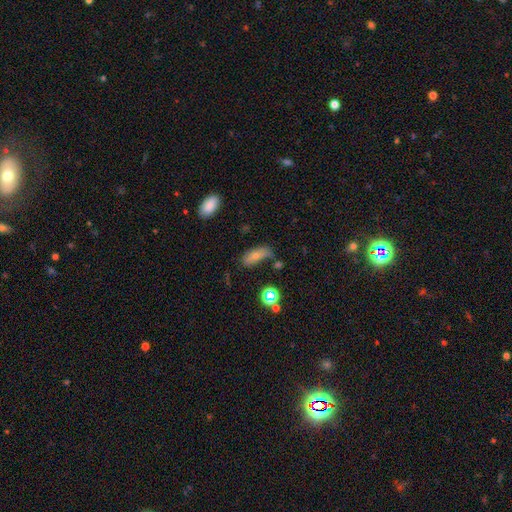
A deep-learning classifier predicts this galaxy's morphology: Smooth or featured? smooth (71%)
How rounded? in between (77%)
Merging? none (49%)